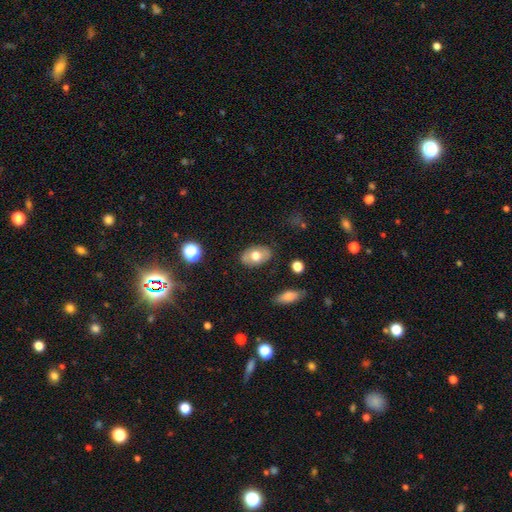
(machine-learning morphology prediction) Smooth or featured: smooth — 67% (featured or disk — 26%)
How rounded: in between — 87% (round — 11%)
Merging: none — 83% (minor disturbance — 12%)